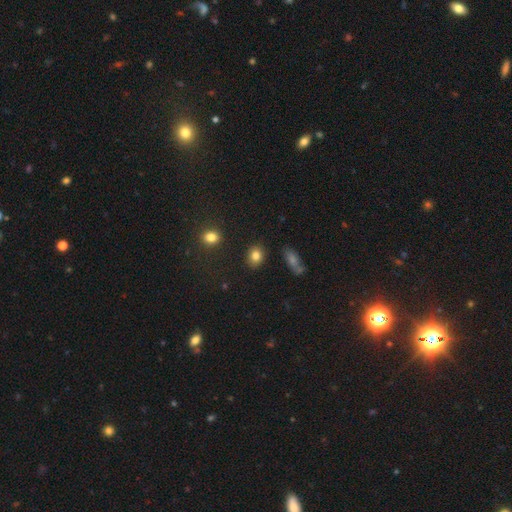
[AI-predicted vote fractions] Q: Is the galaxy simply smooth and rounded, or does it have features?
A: smooth — 83%.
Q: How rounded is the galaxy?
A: round — 49%, tied with in between.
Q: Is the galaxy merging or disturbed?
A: none — 85%.